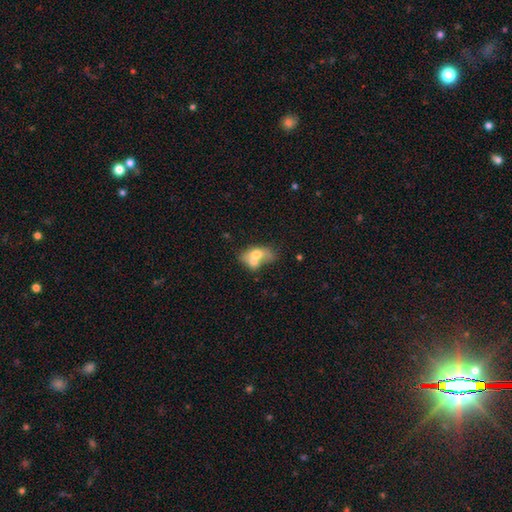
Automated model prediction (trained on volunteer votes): Overall: smooth (63%; featured or disk 29%). How rounded: in between (74%). Merging: merger (65%).